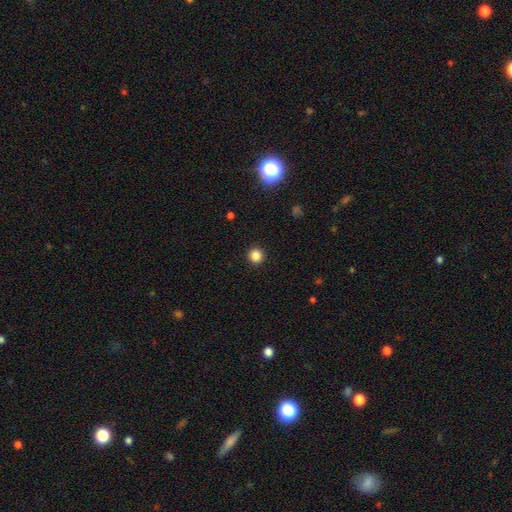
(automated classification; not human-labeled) Smooth or featured?
  - smooth: 85% *
  - star or artifact: 11%
  - featured or disk: 3%
How rounded?
  - round: 96% *
  - in between: 4%
  - cigar-shaped: 1%
Merging?
  - none: 93% *
  - minor disturbance: 4%
  - major disturbance: 2%
  - merger: 1%